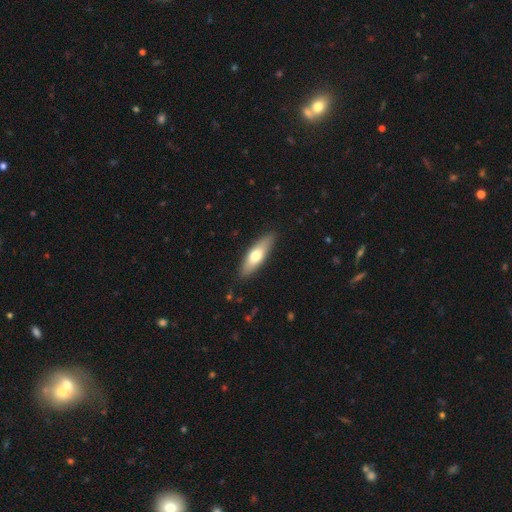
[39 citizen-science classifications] smooth 62%, featured or disk 36%, star or artifact 3%. Down the decision tree: how rounded — cigar-shaped (58%); merging — none (95%).